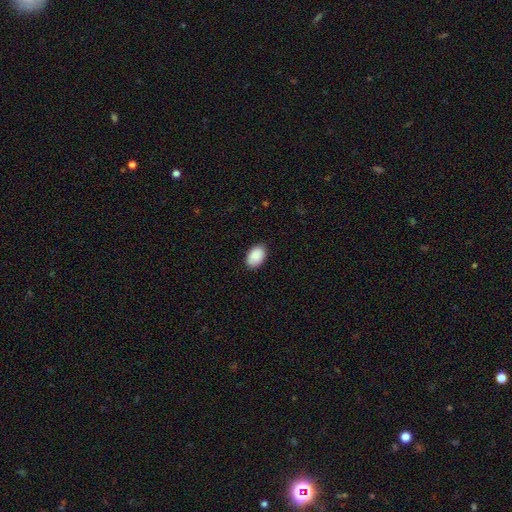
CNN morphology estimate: type=smooth (90%); roundness=in between (90%); merging=none (87%).